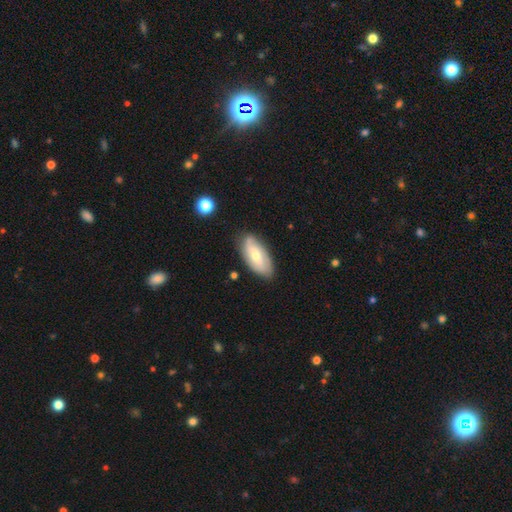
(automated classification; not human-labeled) A smooth galaxy with no disk features (53%) that is in between round and cigar-shaped (89%). Merging: none (77%).